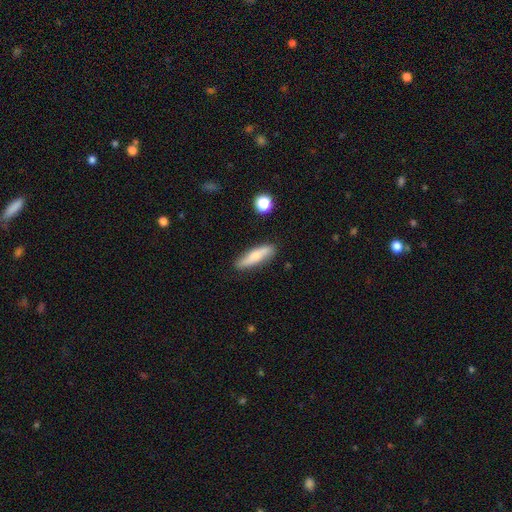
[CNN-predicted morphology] smooth 67%, featured or disk 27%, star or artifact 7%. Down the decision tree: how rounded — cigar-shaped (69%); merging — none (83%).